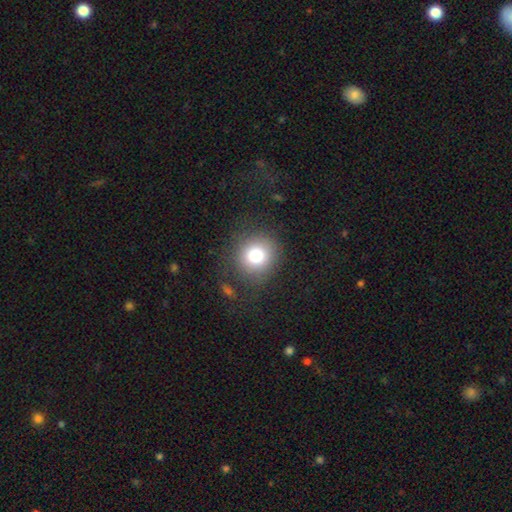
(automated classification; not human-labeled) Morphology: type=smooth (78%); roundness=round (89%); merging=none (83%).